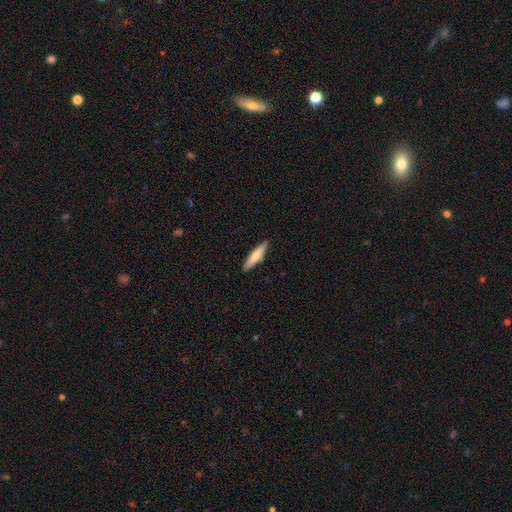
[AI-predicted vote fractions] Morphology: type=smooth (66%); roundness=cigar-shaped (83%); merging=none (89%).